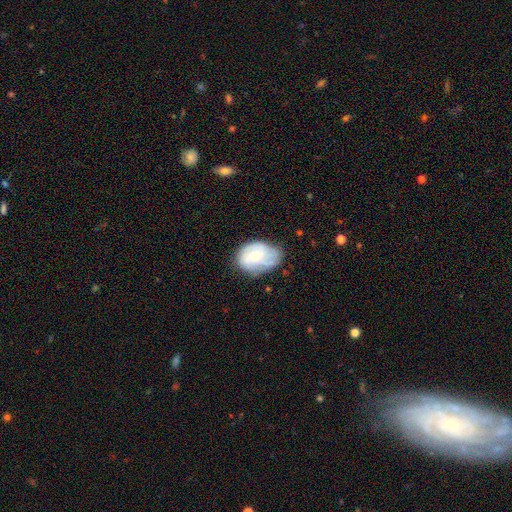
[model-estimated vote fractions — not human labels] featured or disk 52%, smooth 41%, star or artifact 7%. Down the decision tree: edge-on disk — no (97%); bar — no (73%); spiral arms — yes (77%); bulge size — small (58%); merging — none (58%).